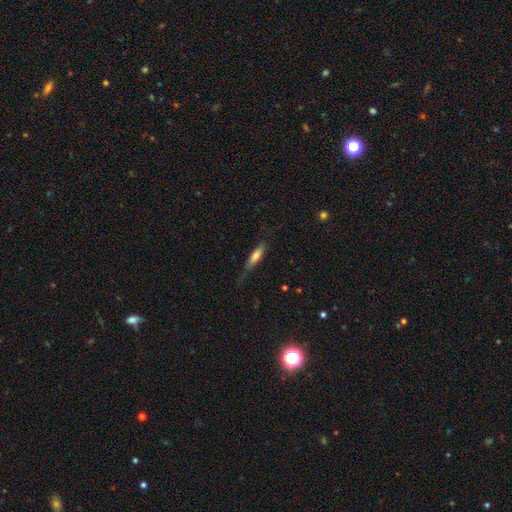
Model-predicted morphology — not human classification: smooth-or-featured: smooth: 66% | featured or disk: 27% | star or artifact: 7%
  how-rounded: cigar-shaped: 71% | in between: 27% | round: 2%
  merging: none: 61% | minor disturbance: 26% | major disturbance: 11% | merger: 2%